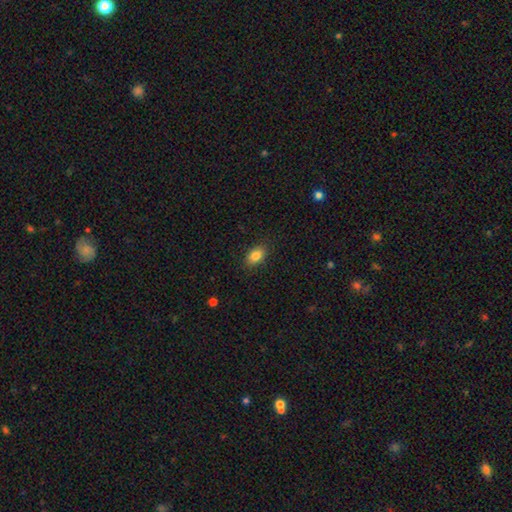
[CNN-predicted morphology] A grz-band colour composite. It shows a smooth galaxy with no disk features (84%) that is in between round and cigar-shaped (86%). Merging: none (87%).